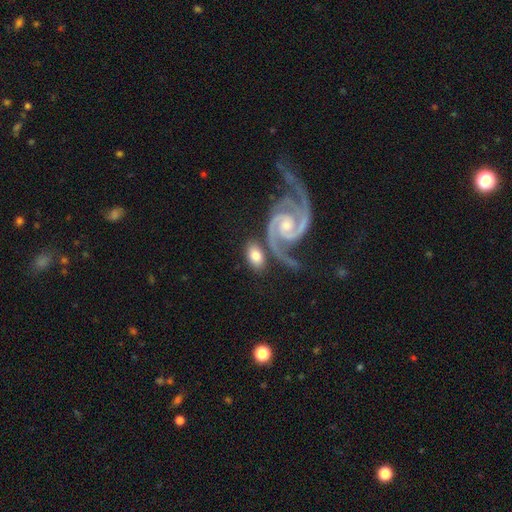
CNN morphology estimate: This appears to be a smooth galaxy with no disk features (53%) that is in between round and cigar-shaped (88%). Merging: none (58%).